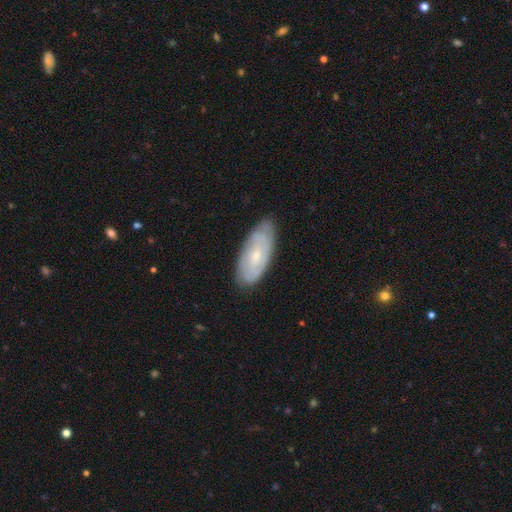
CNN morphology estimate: smooth-or-featured: featured or disk: 50% | smooth: 40% | star or artifact: 11%
  merging: none: 84% | minor disturbance: 12% | major disturbance: 3% | merger: 1%